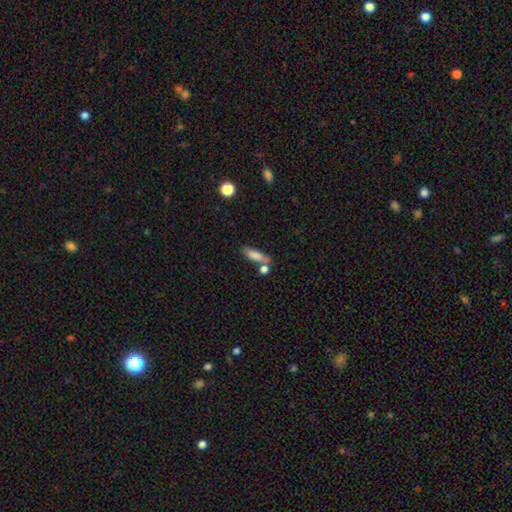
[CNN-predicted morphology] The model was most divided on "how rounded": in between: 50%, cigar-shaped: 47%, round: 3%. More confident: smooth or featured — smooth (79%); merging — none (55%).